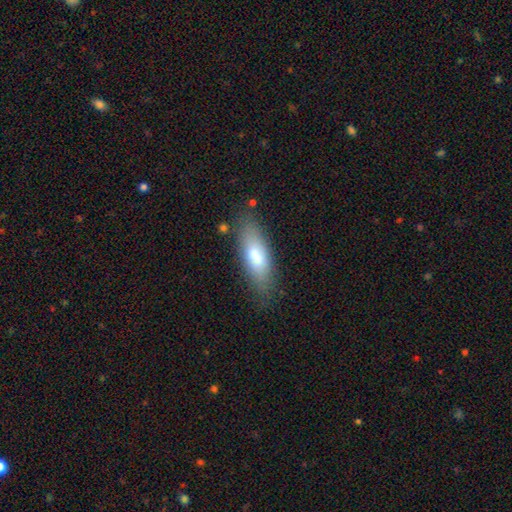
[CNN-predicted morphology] The model was most divided on "how rounded": in between: 62%, cigar-shaped: 36%, round: 2%. More confident: merging — none (80%); smooth or featured — smooth (78%).